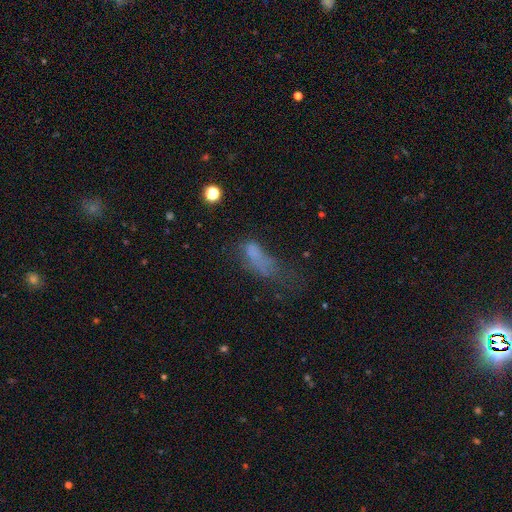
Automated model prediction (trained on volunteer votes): Q: Smooth or featured?
A: smooth (54%); runner-up: featured or disk (25%)
Q: How rounded?
A: in between (70%); runner-up: cigar-shaped (24%)
Q: Merging?
A: major disturbance (50%); runner-up: none (22%)